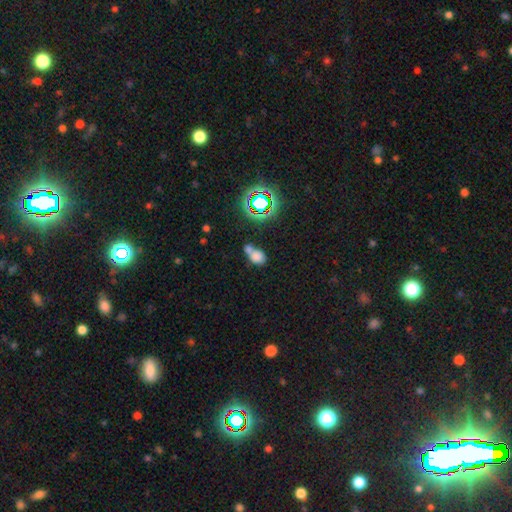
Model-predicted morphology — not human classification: Smooth or featured? Predicted: smooth (p=0.70). How rounded? Predicted: in between (p=0.60). Merging? Predicted: merger (p=0.52).